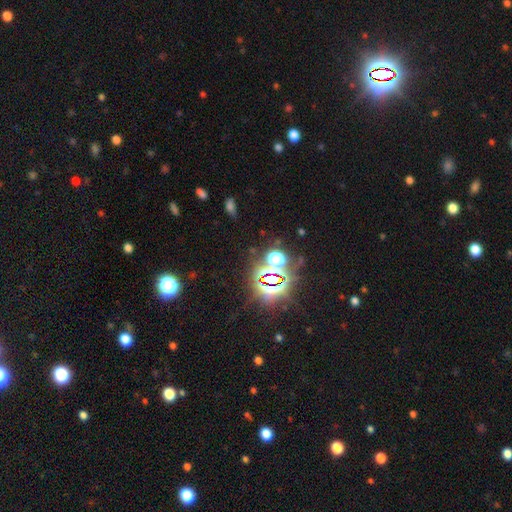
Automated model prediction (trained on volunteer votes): Smooth or featured? Predicted: star or artifact (p=0.78).